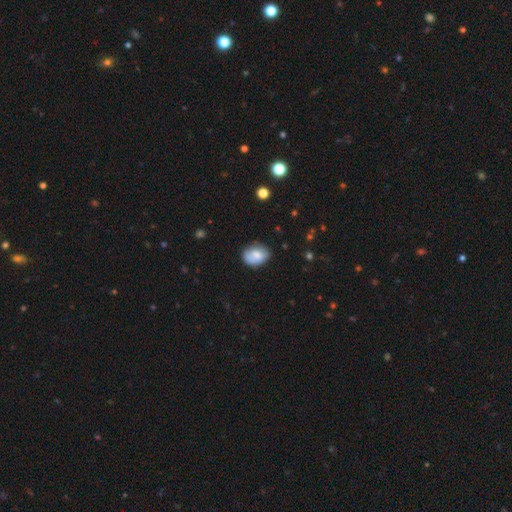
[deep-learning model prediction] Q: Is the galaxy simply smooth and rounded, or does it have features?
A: smooth — 75%.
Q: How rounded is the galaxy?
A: in between — 68%.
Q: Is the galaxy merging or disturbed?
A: none — 64%.